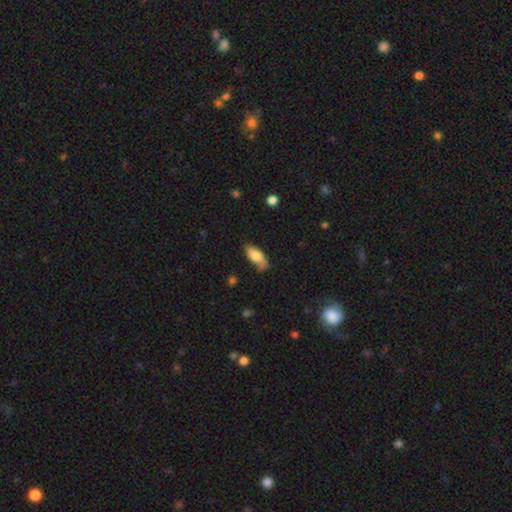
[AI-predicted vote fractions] This appears to be a smooth galaxy with no disk features (77%) that is in between round and cigar-shaped (86%). Merging: none (58%).